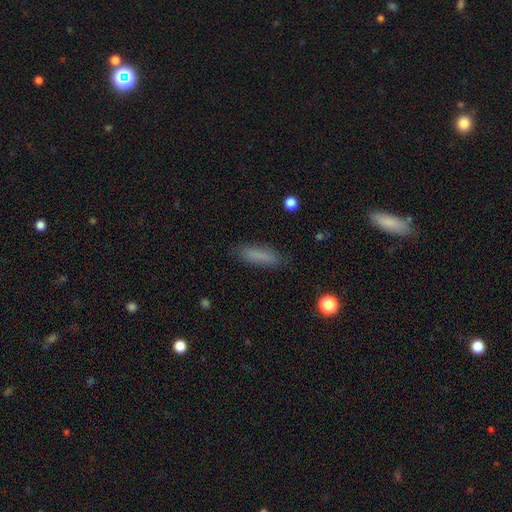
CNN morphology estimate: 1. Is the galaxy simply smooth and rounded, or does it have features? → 80% smooth, 10% star or artifact, 10% featured or disk.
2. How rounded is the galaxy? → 65% cigar-shaped, 33% in between, 2% round.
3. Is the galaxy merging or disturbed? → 84% none, 11% minor disturbance, 3% major disturbance, 1% merger.